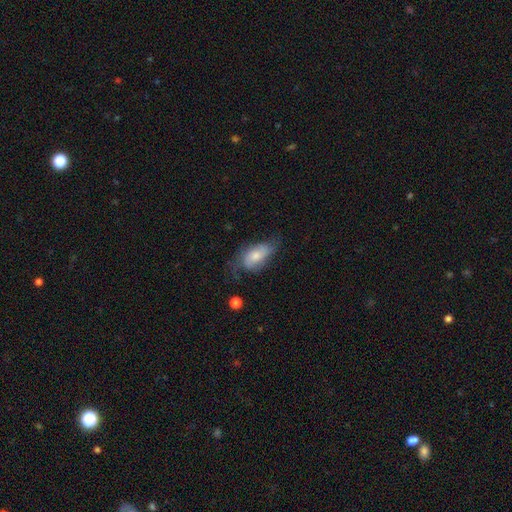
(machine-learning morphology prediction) Smooth or featured? smooth (56%)
How rounded? in between (89%)
Merging? none (45%)